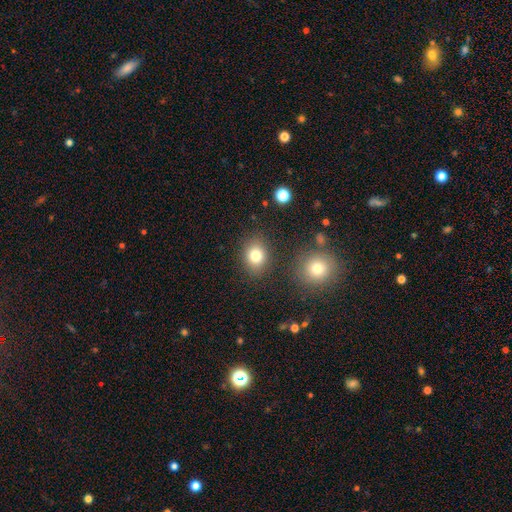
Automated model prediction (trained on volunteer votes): smooth 80%, star or artifact 12%, featured or disk 9%. Down the decision tree: how rounded — round (54%); merging — none (82%).